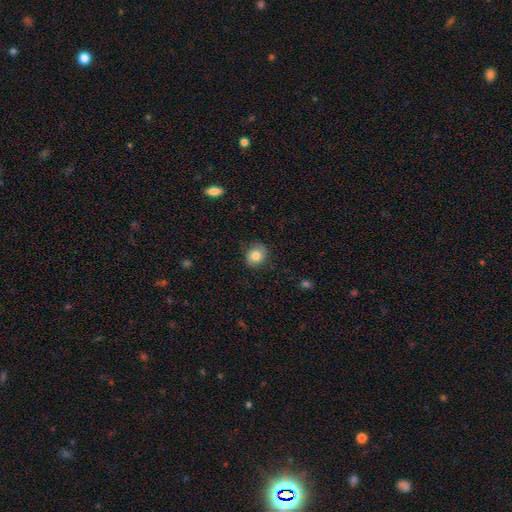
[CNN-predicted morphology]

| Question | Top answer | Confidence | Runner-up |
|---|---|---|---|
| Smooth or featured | smooth | 81% | featured or disk (10%) |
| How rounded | round | 74% | in between (25%) |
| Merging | none | 81% | minor disturbance (15%) |